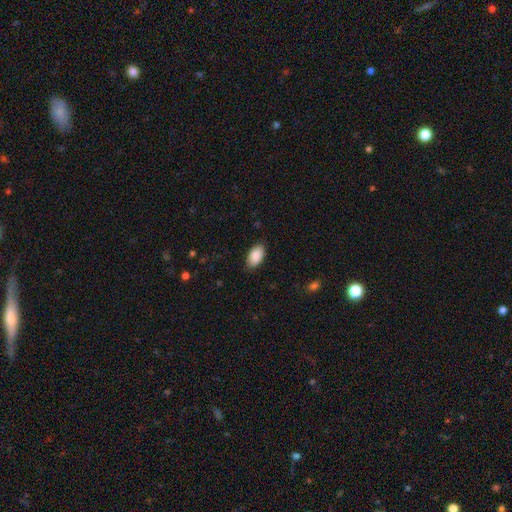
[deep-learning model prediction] smooth-or-featured: smooth: 90% | star or artifact: 6% | featured or disk: 4%
  how-rounded: in between: 95% | round: 4% | cigar-shaped: 2%
  merging: none: 85% | minor disturbance: 11% | major disturbance: 2% | merger: 1%